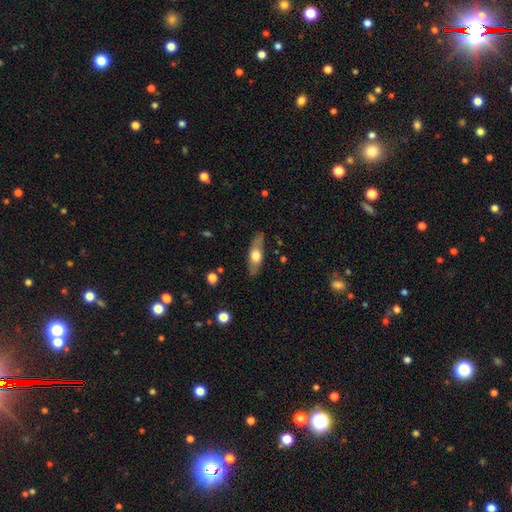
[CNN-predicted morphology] Smooth or featured? Predicted: smooth (p=0.51). How rounded? Predicted: in between (p=0.56). Merging? Predicted: none (p=0.81).